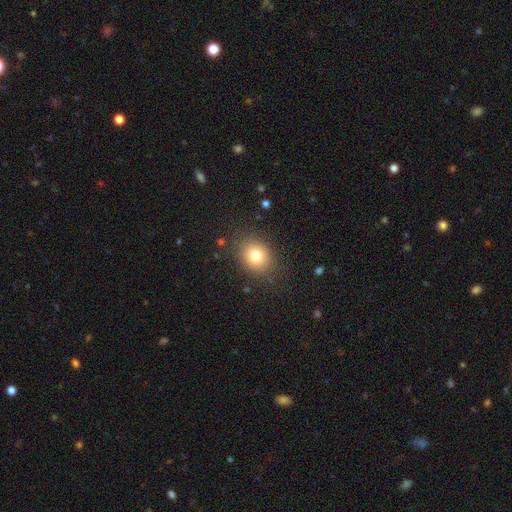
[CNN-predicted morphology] Smooth or featured?
  - smooth: 79% *
  - star or artifact: 11%
  - featured or disk: 10%
How rounded?
  - round: 55% *
  - in between: 44%
  - cigar-shaped: 1%
Merging?
  - none: 84% *
  - minor disturbance: 11%
  - major disturbance: 4%
  - merger: 1%